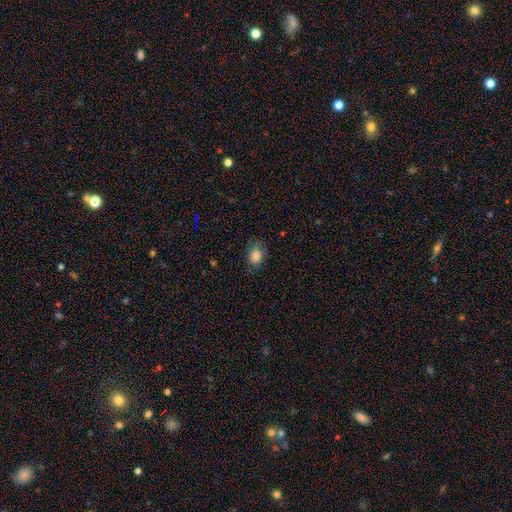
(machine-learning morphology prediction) A smooth galaxy with no disk features (84%) that is in between round and cigar-shaped (66%).

Vote fractions:
- Smooth or featured? smooth: 84% / star or artifact: 10% / featured or disk: 6%
- How rounded? in between: 66% / round: 32% / cigar-shaped: 1%
- Merging? none: 72% / minor disturbance: 21% / major disturbance: 6% / merger: 1%